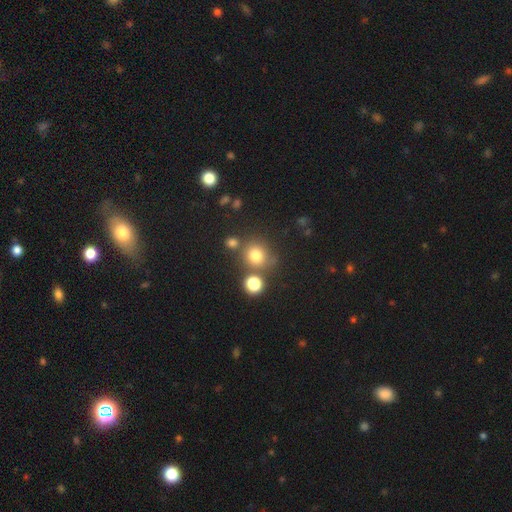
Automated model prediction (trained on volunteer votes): smooth 75%, star or artifact 17%, featured or disk 8%. Down the decision tree: how rounded — round (86%); merging — none (69%).